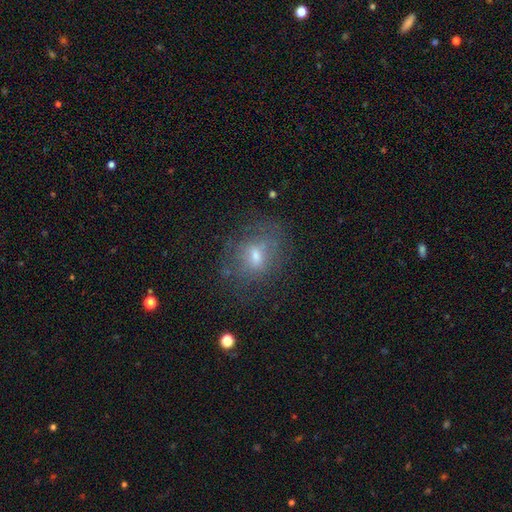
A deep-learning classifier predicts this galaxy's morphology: smooth 49%, featured or disk 36%, star or artifact 15%. Down the decision tree: merging — none (62%).